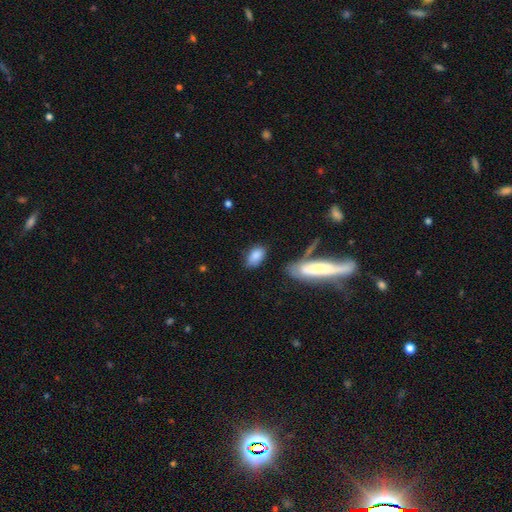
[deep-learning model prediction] Smooth or featured? smooth (85%)
How rounded? in between (90%)
Merging? none (71%)